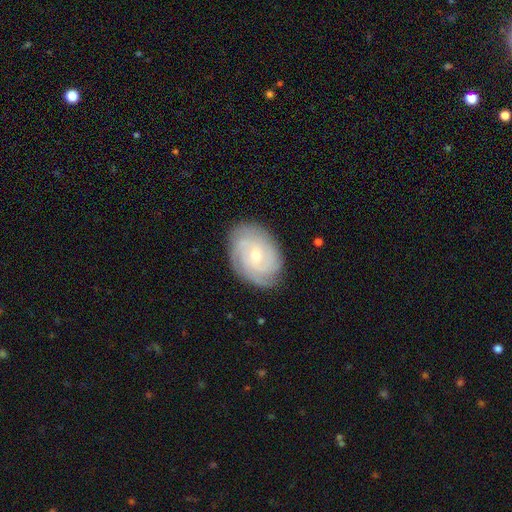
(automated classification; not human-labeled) Q: Smooth or featured?
A: featured or disk (77%); runner-up: smooth (16%)
Q: Edge-on disk?
A: no (96%); runner-up: yes (4%)
Q: Bar?
A: no (66%); runner-up: weak (29%)
Q: Spiral arms?
A: yes (94%); runner-up: no (6%)
Q: Spiral winding?
A: tight (72%); runner-up: medium (23%)
Q: Spiral arm count?
A: can't tell (34%); runner-up: 3 (23%)
Q: Bulge size?
A: small (60%); runner-up: moderate (37%)
Q: Merging?
A: none (82%); runner-up: minor disturbance (14%)